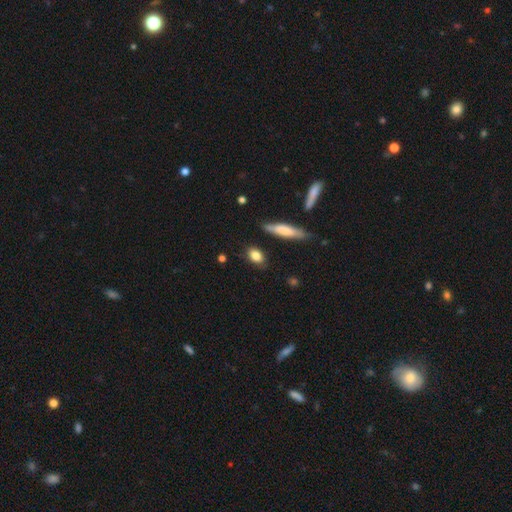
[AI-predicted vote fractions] smooth_or_featured: smooth (p=0.82) [alt: featured or disk p=0.10]
how_rounded: in between (p=0.74) [alt: round p=0.17]
merging: none (p=0.79) [alt: minor disturbance p=0.15]